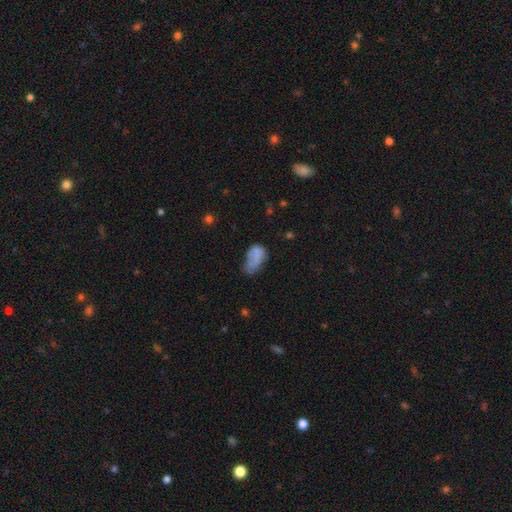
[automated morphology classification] type=smooth (68%); roundness=in between (91%); merging=major disturbance (36%).